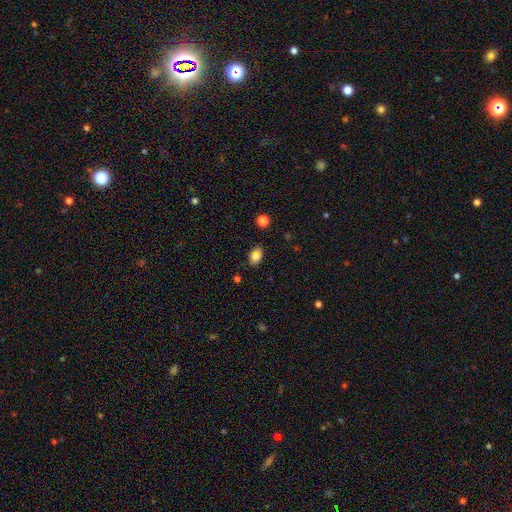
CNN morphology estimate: Overall: smooth (80%). How rounded: in between (77%). Merging: none (79%).